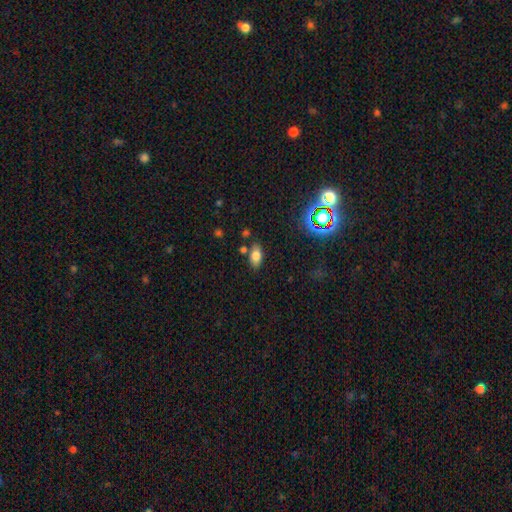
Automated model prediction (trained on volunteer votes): smooth-or-featured: smooth: 75% | star or artifact: 13% | featured or disk: 12%
  how-rounded: in between: 89% | round: 6% | cigar-shaped: 5%
  merging: none: 77% | minor disturbance: 12% | merger: 7% | major disturbance: 3%